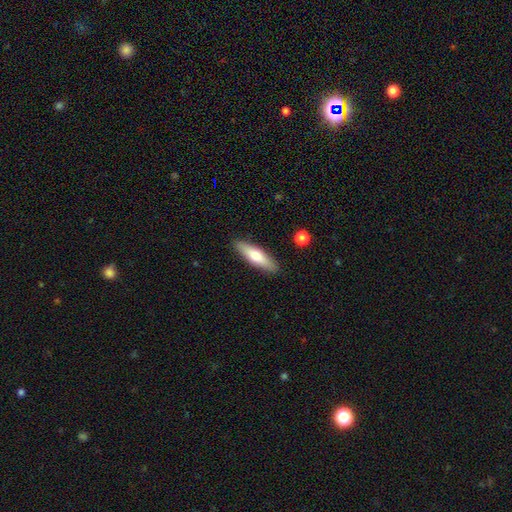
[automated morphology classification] smooth-or-featured: smooth: 64% | featured or disk: 30% | star or artifact: 6%
  how-rounded: cigar-shaped: 63% | in between: 35% | round: 2%
  merging: none: 89% | minor disturbance: 8% | major disturbance: 2% | merger: 1%